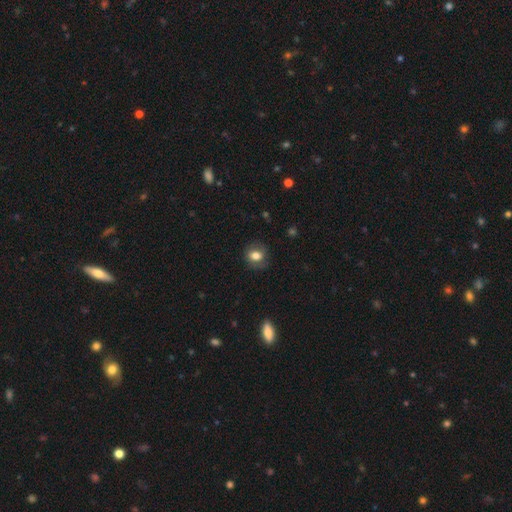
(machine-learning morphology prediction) Smooth or featured?
  - smooth: 74% *
  - featured or disk: 17%
  - star or artifact: 9%
How rounded?
  - round: 65% *
  - in between: 34%
  - cigar-shaped: 1%
Merging?
  - none: 78% *
  - minor disturbance: 15%
  - major disturbance: 6%
  - merger: 1%